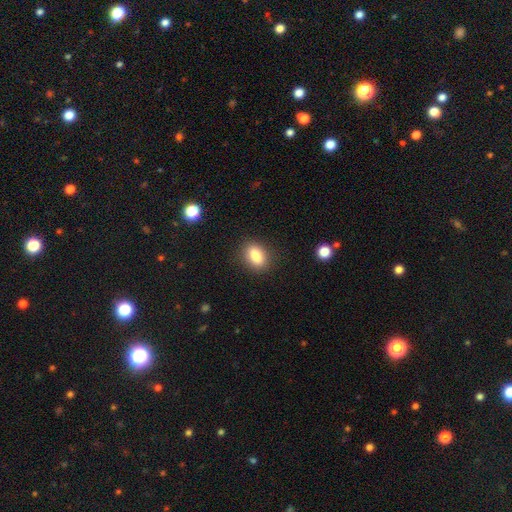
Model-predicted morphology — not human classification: Smooth or featured: smooth — 86% (star or artifact — 8%)
How rounded: in between — 83% (round — 14%)
Merging: none — 86% (minor disturbance — 10%)